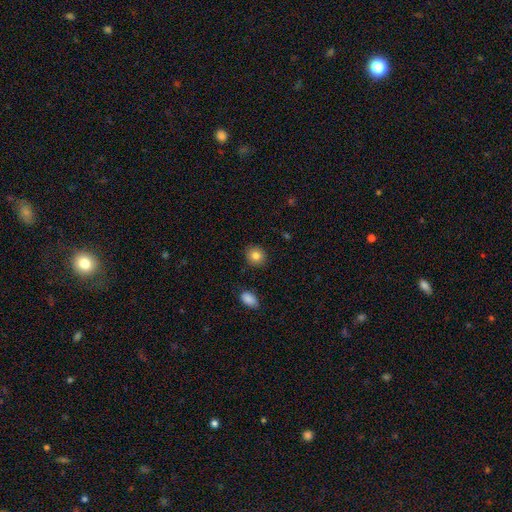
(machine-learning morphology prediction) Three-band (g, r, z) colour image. It shows a smooth galaxy with no disk features (83%) that is round (76%). Merging: none (88%).